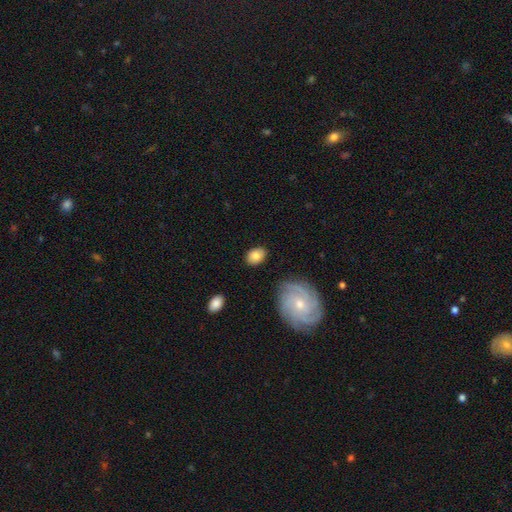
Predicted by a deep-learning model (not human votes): Smooth or featured? smooth (79%)
How rounded? in between (73%)
Merging? none (82%)